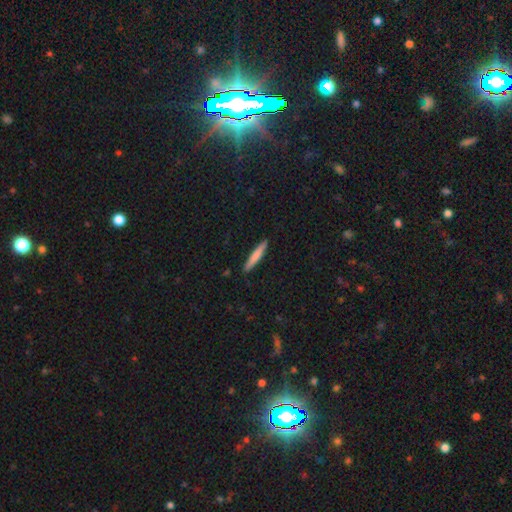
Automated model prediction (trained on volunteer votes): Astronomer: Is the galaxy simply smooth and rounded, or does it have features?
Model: smooth — 74%.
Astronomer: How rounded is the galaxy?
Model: cigar-shaped — 94%.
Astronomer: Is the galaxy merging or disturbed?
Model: none — 91%.